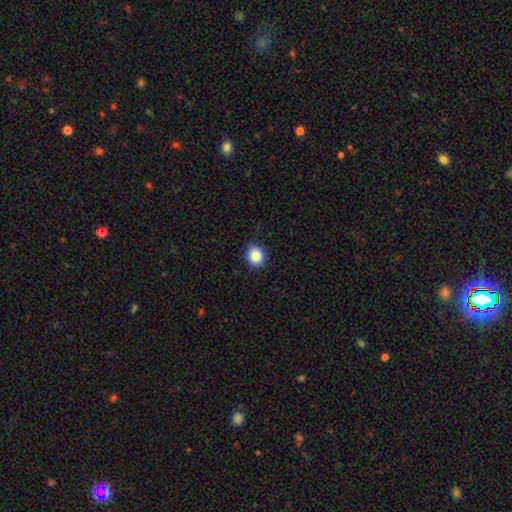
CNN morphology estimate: A smooth galaxy with no disk features (85%) that is round (75%). Merging: none (91%).